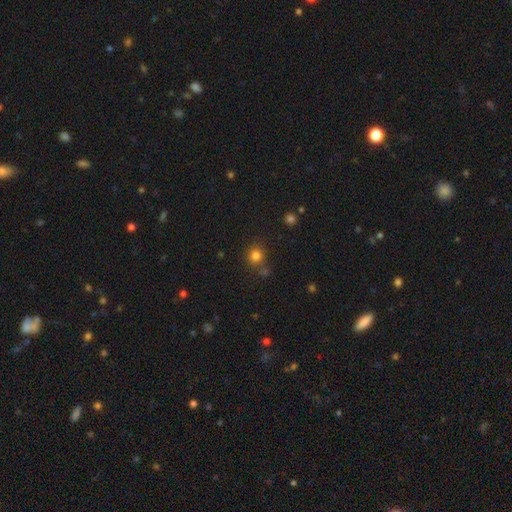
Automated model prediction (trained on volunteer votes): Overall: smooth (80%). How rounded: round (89%). Merging: none (74%).